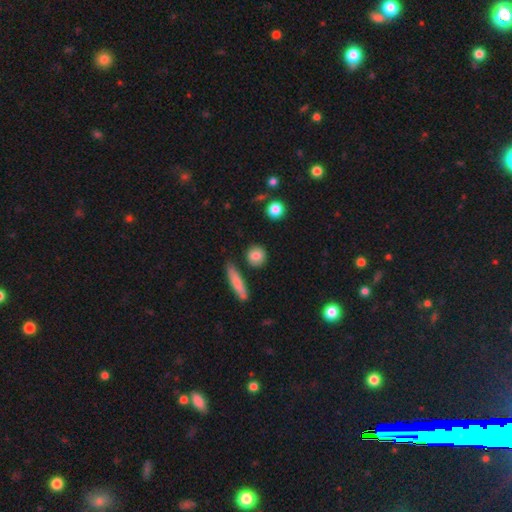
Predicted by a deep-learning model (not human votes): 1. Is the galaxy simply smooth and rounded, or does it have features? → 81% smooth, 11% featured or disk, 8% star or artifact.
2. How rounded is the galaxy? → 79% round, 15% in between, 5% cigar-shaped.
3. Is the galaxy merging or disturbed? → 84% none, 10% minor disturbance, 4% merger, 3% major disturbance.